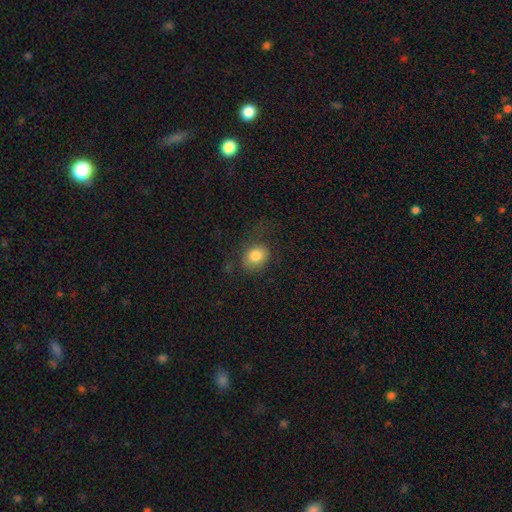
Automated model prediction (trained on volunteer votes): Q: Smooth or featured?
A: smooth (82%); runner-up: star or artifact (9%)
Q: How rounded?
A: in between (51%); runner-up: round (48%)
Q: Merging?
A: none (66%); runner-up: minor disturbance (20%)